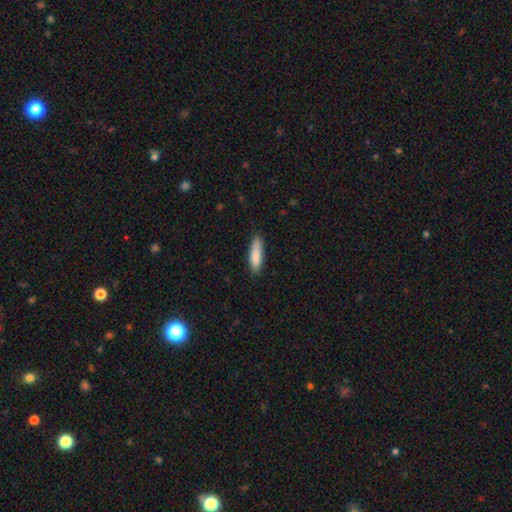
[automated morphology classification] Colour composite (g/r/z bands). It shows a smooth galaxy with no disk features (85%) that is cigar-shaped (62%). Merging: none (83%).